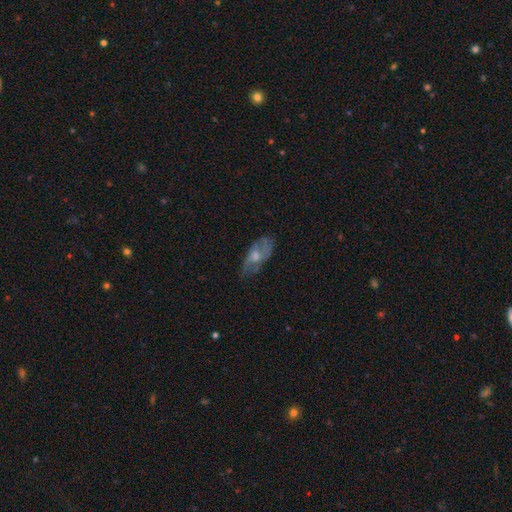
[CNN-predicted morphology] Smooth or featured?
  - featured or disk: 57% *
  - smooth: 33%
  - star or artifact: 10%
Edge-on disk?
  - no: 84% *
  - yes: 16%
Merging?
  - none: 62% *
  - minor disturbance: 25%
  - major disturbance: 11%
  - merger: 2%